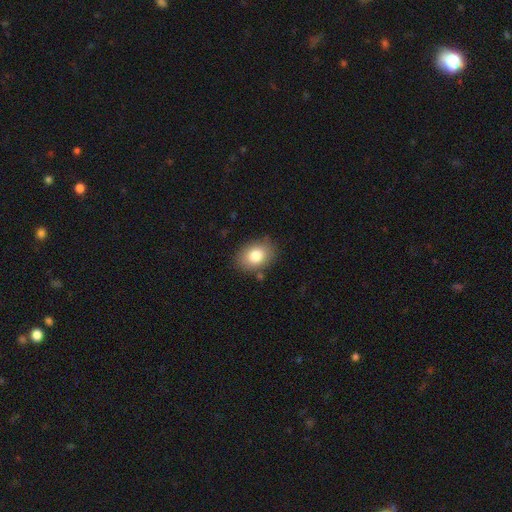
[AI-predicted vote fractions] smooth-or-featured: smooth: 82% | featured or disk: 10% | star or artifact: 8%
  how-rounded: in between: 75% | round: 24% | cigar-shaped: 1%
  merging: none: 82% | minor disturbance: 12% | major disturbance: 3% | merger: 3%